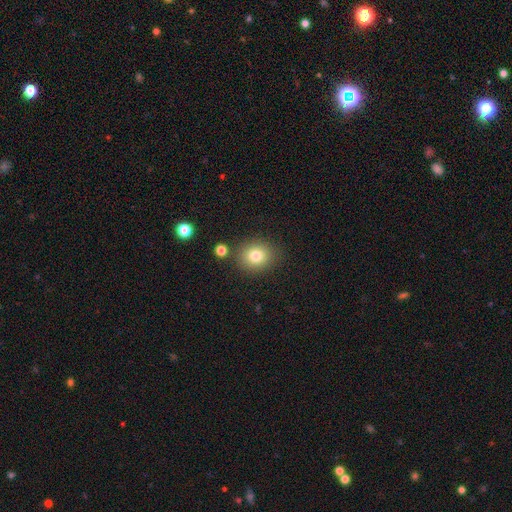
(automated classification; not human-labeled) Overall: smooth (80%). How rounded: round (73%). Merging: none (83%).